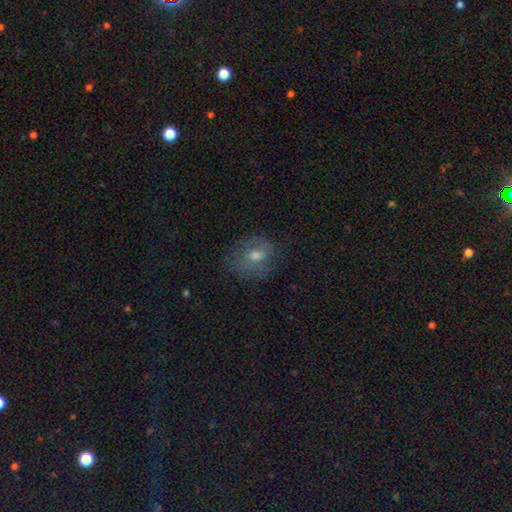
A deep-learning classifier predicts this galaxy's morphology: smooth_or_featured: smooth (p=0.52) [alt: featured or disk p=0.35]
how_rounded: round (p=0.53) [alt: in between p=0.46]
merging: none (p=0.66) [alt: minor disturbance p=0.22]